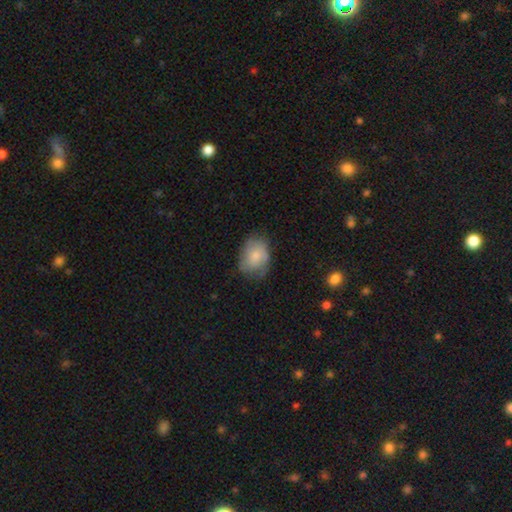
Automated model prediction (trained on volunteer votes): Smooth or featured?
  - smooth: 71% *
  - featured or disk: 22%
  - star or artifact: 7%
How rounded?
  - in between: 69% *
  - round: 30%
  - cigar-shaped: 1%
Merging?
  - none: 56% *
  - minor disturbance: 32%
  - major disturbance: 11%
  - merger: 2%